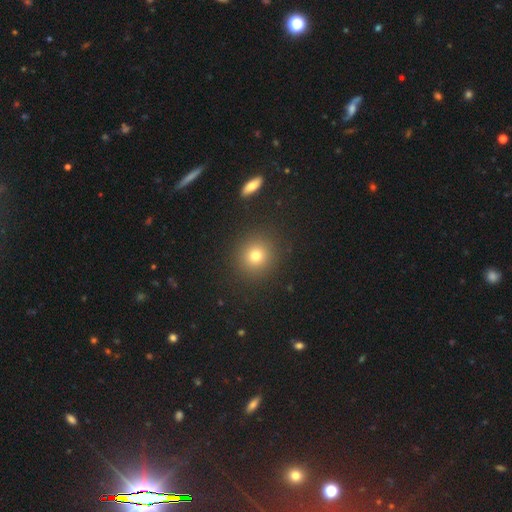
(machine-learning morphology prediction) type=smooth (76%); roundness=round (90%); merging=none (90%).